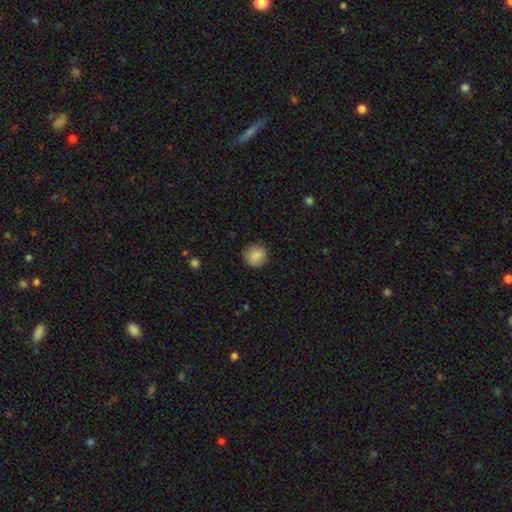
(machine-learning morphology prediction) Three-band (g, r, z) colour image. It shows a smooth galaxy with no disk features (87%) that is round (89%). Merging: none (85%).